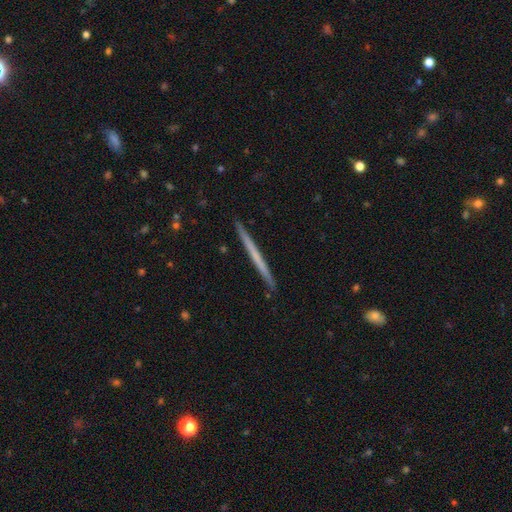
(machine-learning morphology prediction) type=featured or disk (49%); merging=none (92%).